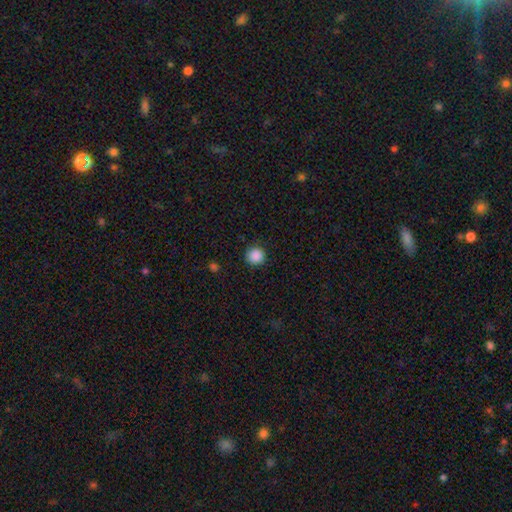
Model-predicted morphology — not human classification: Smooth or featured? smooth (88%)
How rounded? round (95%)
Merging? none (90%)